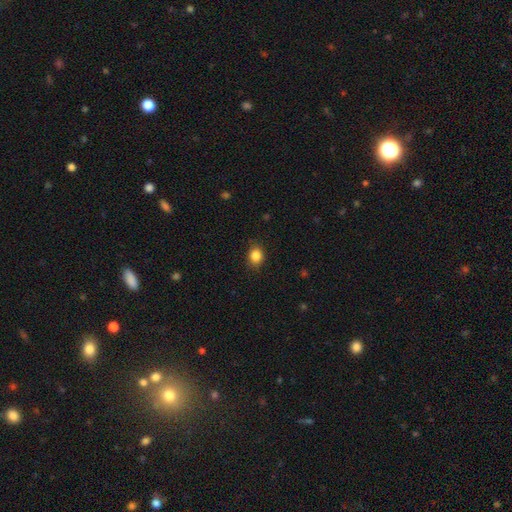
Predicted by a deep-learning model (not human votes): The model was most divided on "how rounded": round: 59%, in between: 40%, cigar-shaped: 1%. More confident: smooth or featured — smooth (86%); merging — none (85%).